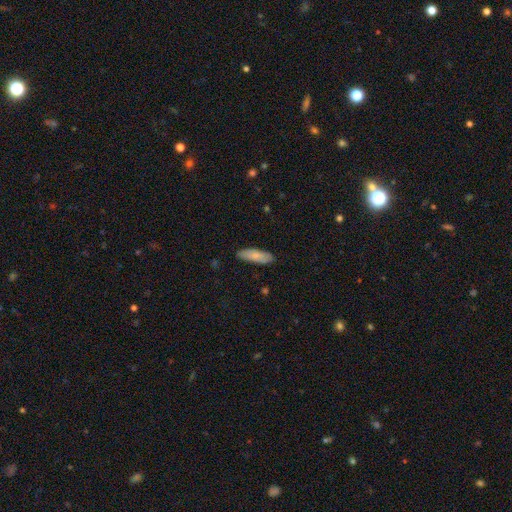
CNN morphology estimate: Smooth or featured? Predicted: smooth (p=0.81). How rounded? Predicted: in between (p=0.55). Merging? Predicted: none (p=0.85).